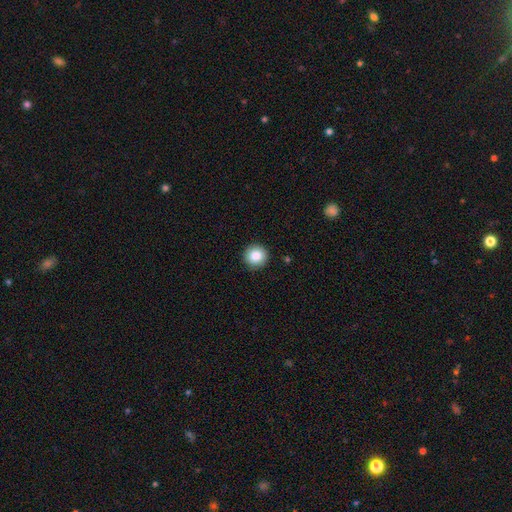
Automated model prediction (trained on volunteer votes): smooth 86%, star or artifact 9%, featured or disk 6%. Down the decision tree: how rounded — round (95%); merging — none (92%).